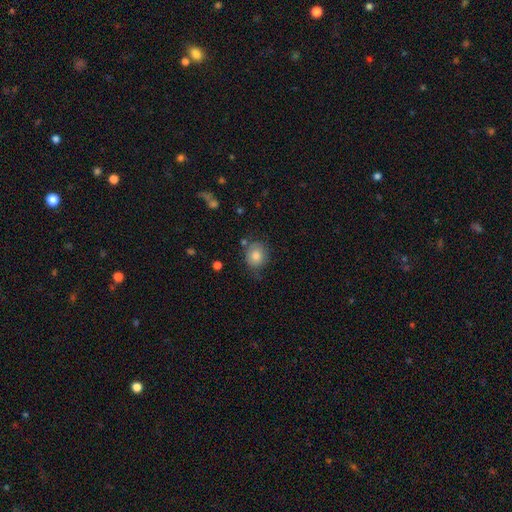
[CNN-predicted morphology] smooth 81%, star or artifact 10%, featured or disk 9%. Down the decision tree: how rounded — round (74%); merging — none (71%).